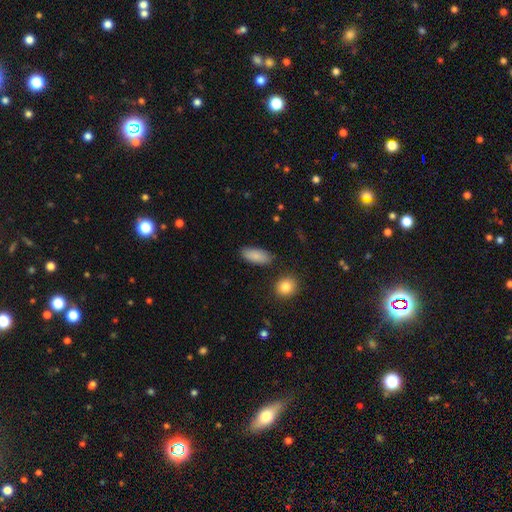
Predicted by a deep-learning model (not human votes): This is clearly a smooth galaxy (88%). How rounded: clearly in between (85%). Merging: clearly none (84%).